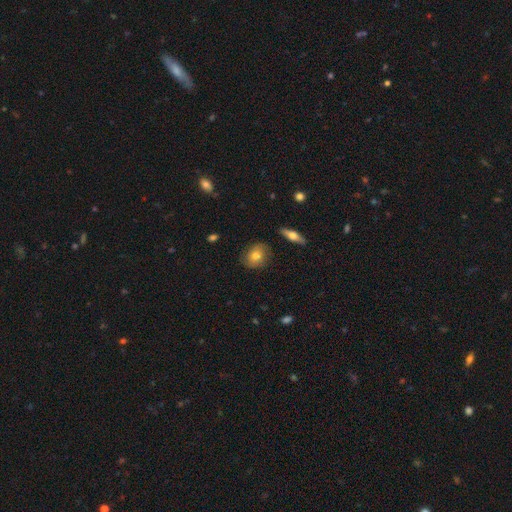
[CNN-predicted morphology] Overall: smooth (60%; featured or disk 31%). How rounded: round (66%; in between 32%). Merging: none (81%).